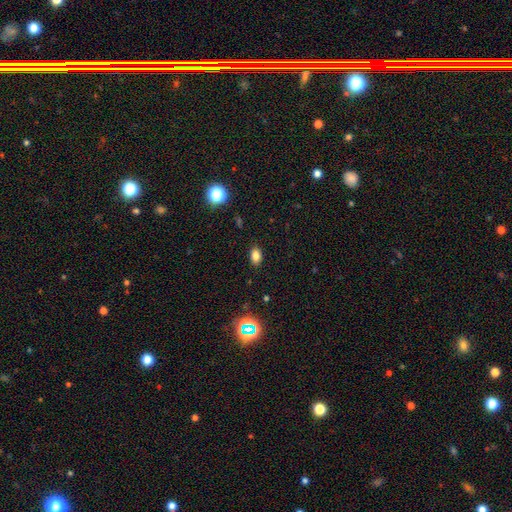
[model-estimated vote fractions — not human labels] This is likely a smooth galaxy (79%). How rounded: clearly in between (83%). Merging: clearly none (88%).